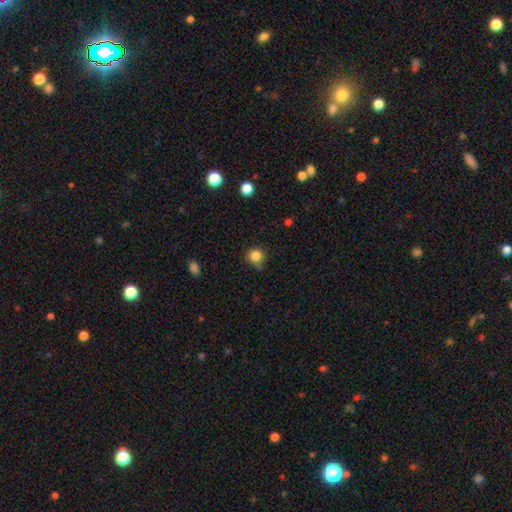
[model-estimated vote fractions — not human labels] A smooth galaxy with no disk features (84%) that is round (89%).

Vote fractions:
- Smooth or featured? smooth: 84% / star or artifact: 11% / featured or disk: 5%
- How rounded? round: 89% / in between: 10% / cigar-shaped: 1%
- Merging? none: 69% / minor disturbance: 20% / merger: 6% / major disturbance: 5%